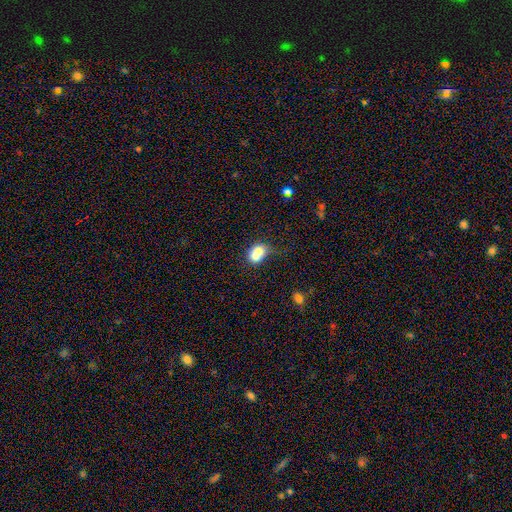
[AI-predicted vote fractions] The model was most divided on "how rounded": in between: 55%, round: 44%, cigar-shaped: 1%. More confident: smooth or featured — smooth (72%); merging — merger (59%).